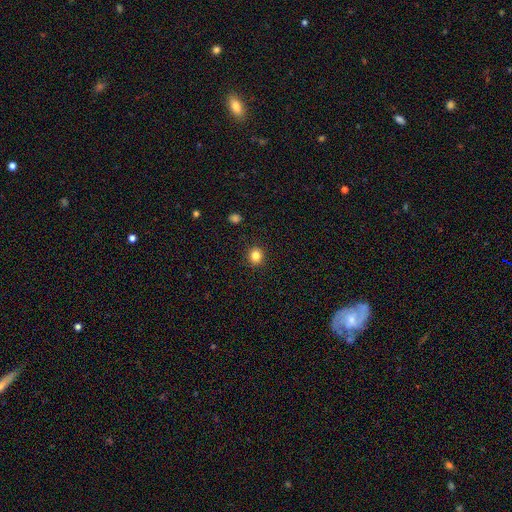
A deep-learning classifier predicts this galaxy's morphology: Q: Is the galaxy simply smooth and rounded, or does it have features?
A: smooth — 83%.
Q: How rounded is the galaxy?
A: round — 84%.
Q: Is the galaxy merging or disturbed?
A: none — 92%.